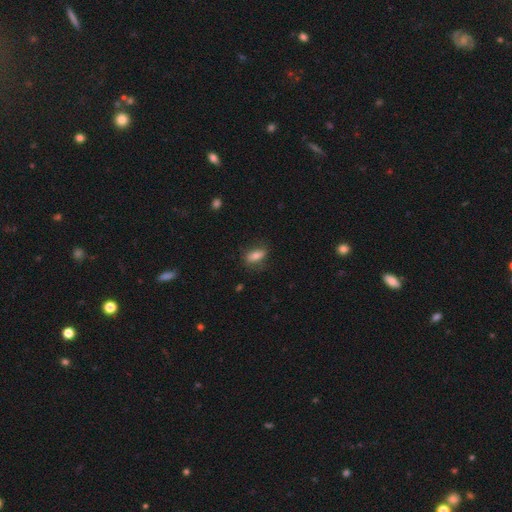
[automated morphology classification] This appears to be a smooth galaxy with no disk features (70%) that is in between round and cigar-shaped (77%). Merging: none (73%).